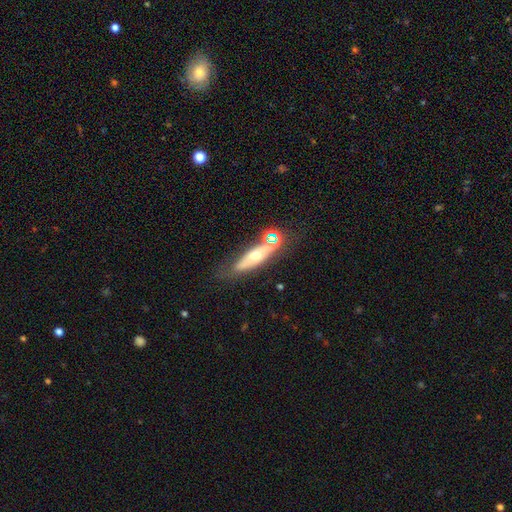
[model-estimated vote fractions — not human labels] Overall: featured or disk (56%; smooth 36%). Edge-on disk: yes (60%; no 40%). Merging: none (57%; minor disturbance 19%).